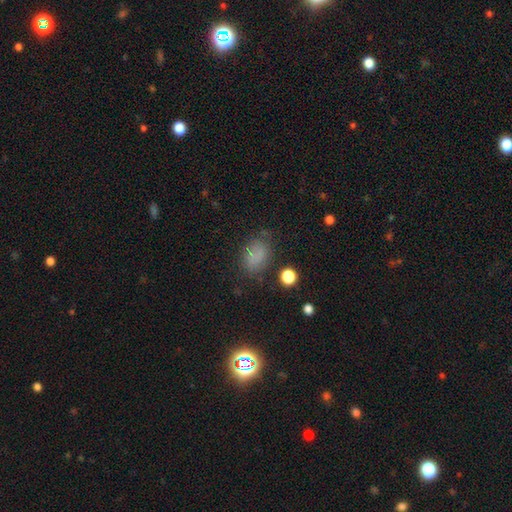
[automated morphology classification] type=smooth (74%); roundness=in between (79%); merging=none (70%).